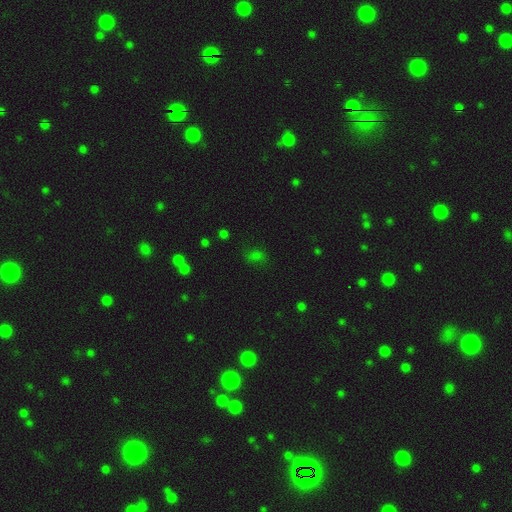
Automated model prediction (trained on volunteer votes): Smooth or featured? smooth (63%)
How rounded? in between (68%)
Merging? none (65%)